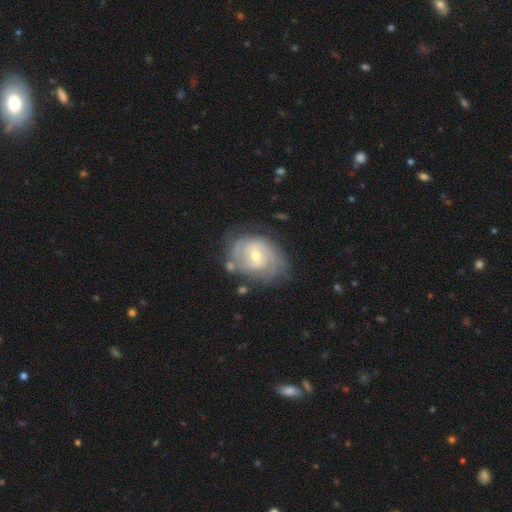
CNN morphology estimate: Overall: featured or disk (82%). Edge-on disk: no (97%). Bar: weak (48%; no 42%). Spiral arms: yes (93%). Spiral arm count: 2 (37%; can't tell 33%). Spiral winding: tight (67%). Bulge size: moderate (57%; small 39%). Merging: none (67%).